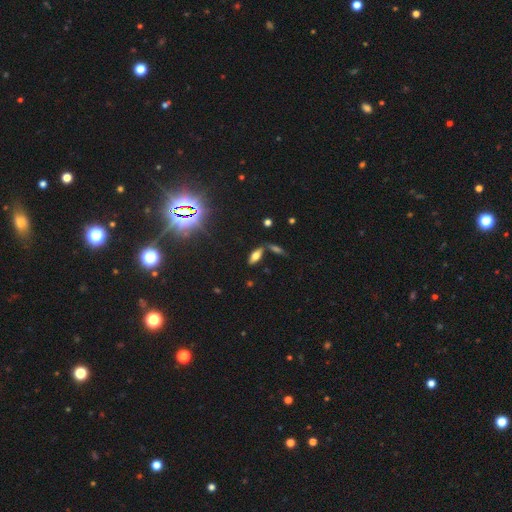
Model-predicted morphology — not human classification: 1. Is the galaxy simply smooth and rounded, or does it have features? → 61% smooth, 24% featured or disk, 15% star or artifact.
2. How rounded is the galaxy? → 75% in between, 21% cigar-shaped, 3% round.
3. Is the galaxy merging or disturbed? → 69% none, 14% merger, 13% minor disturbance, 4% major disturbance.